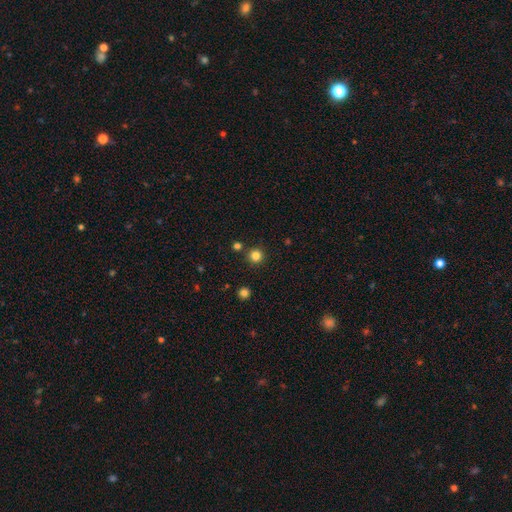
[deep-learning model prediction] This appears to be a smooth galaxy with no disk features (81%) that is round (95%). Merging: none (87%).